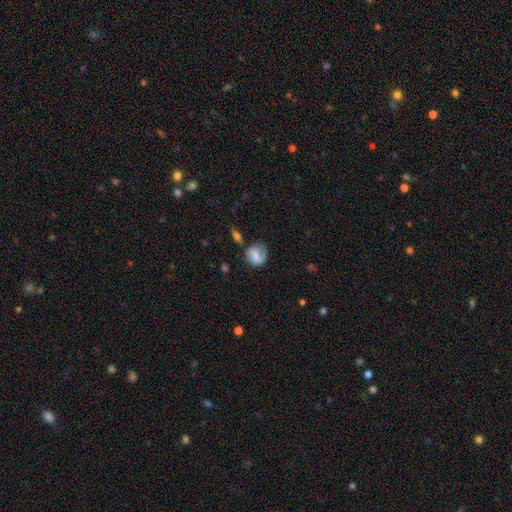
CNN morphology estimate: Smooth or featured?
  - smooth: 50% *
  - featured or disk: 42%
  - star or artifact: 8%
How rounded?
  - round: 70% *
  - in between: 28%
  - cigar-shaped: 1%
Merging?
  - none: 55% *
  - minor disturbance: 25%
  - major disturbance: 14%
  - merger: 6%